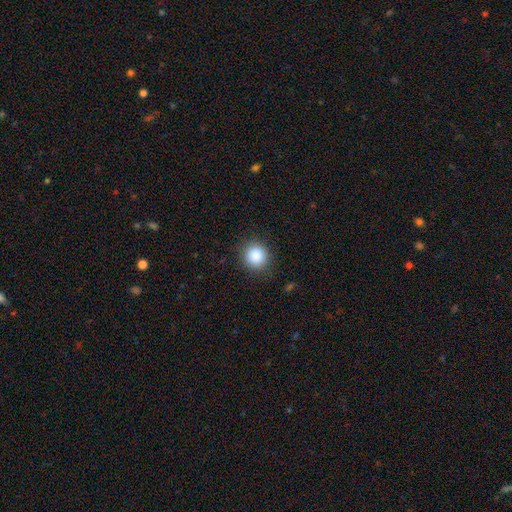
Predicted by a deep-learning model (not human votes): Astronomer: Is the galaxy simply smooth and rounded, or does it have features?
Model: smooth — 88%.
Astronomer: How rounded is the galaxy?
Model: round — 91%.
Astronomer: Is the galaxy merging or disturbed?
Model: none — 88%.